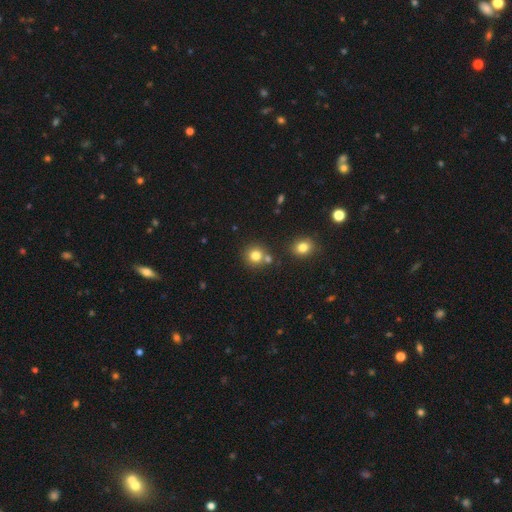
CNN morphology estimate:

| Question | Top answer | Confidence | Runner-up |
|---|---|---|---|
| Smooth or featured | smooth | 80% | star or artifact (12%) |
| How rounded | round | 91% | in between (8%) |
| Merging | none | 70% | merger (19%) |